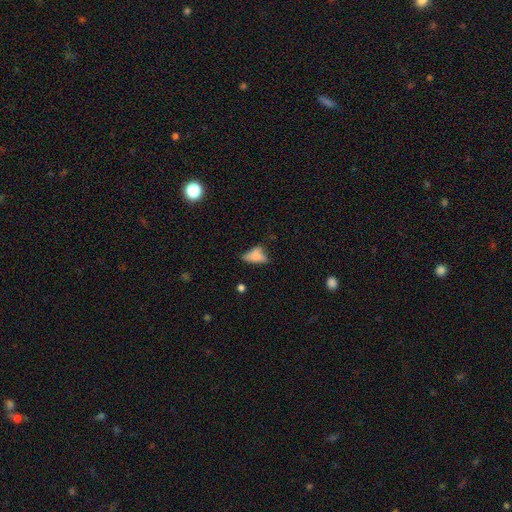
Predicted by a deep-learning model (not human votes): Q: Smooth or featured?
A: smooth (64%); runner-up: featured or disk (23%)
Q: How rounded?
A: in between (80%); runner-up: cigar-shaped (13%)
Q: Merging?
A: none (36%); runner-up: minor disturbance (32%)